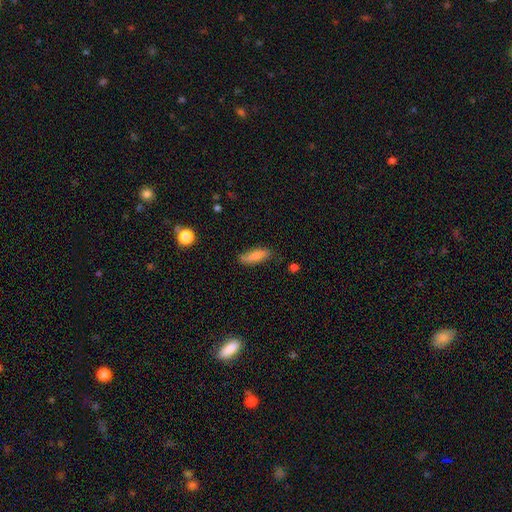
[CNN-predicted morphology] smooth_or_featured: smooth (p=0.72) [alt: featured or disk p=0.21]
how_rounded: in between (p=0.62) [alt: cigar-shaped p=0.35]
merging: none (p=0.78) [alt: minor disturbance p=0.17]